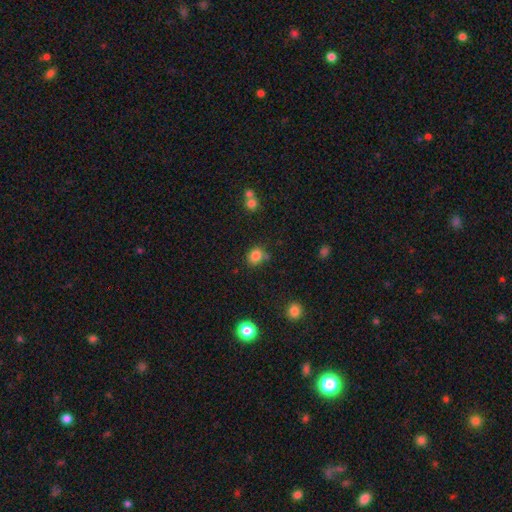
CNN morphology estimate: This is clearly a smooth galaxy (82%). How rounded: likely round (63%). Merging: likely none (72%).